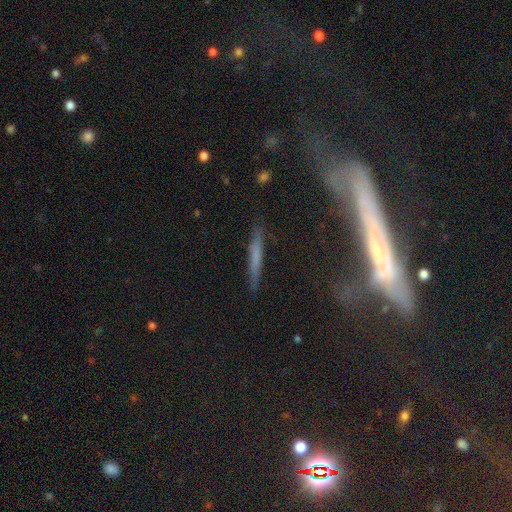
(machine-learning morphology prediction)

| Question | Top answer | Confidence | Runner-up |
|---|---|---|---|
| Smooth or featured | smooth | 48% | featured or disk (41%) |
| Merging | none | 83% | minor disturbance (11%) |